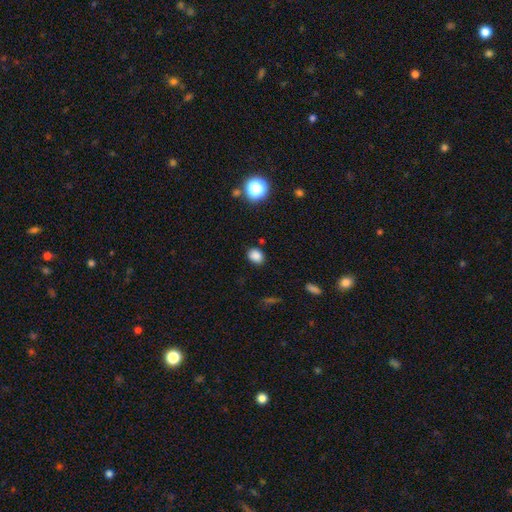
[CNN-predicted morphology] type=smooth (84%); roundness=in between (53%); merging=none (84%).